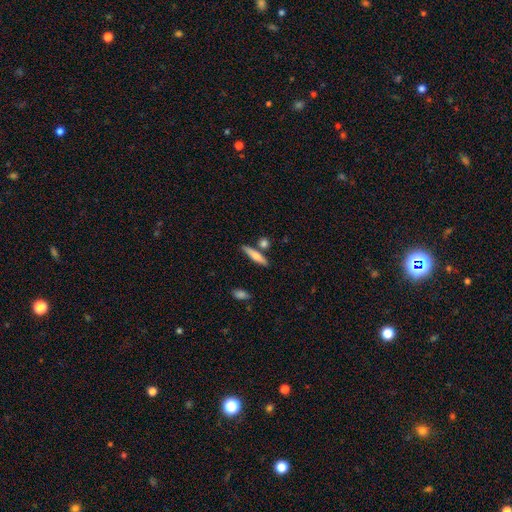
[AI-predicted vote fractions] Overall: smooth (68%). How rounded: cigar-shaped (83%). Merging: none (76%).